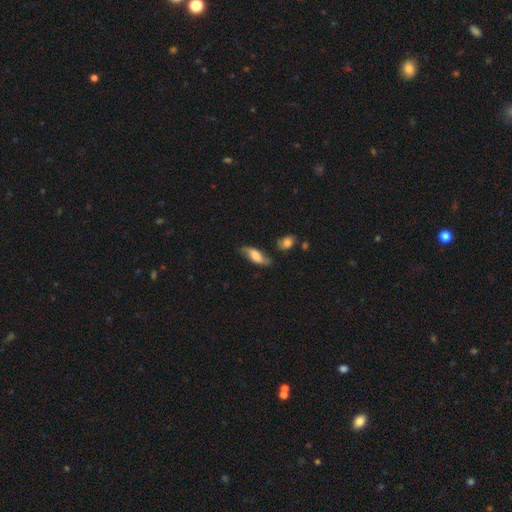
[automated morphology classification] The model was most divided on "smooth or featured": smooth: 50%, featured or disk: 43%, star or artifact: 8%. More confident: merging — none (65%).